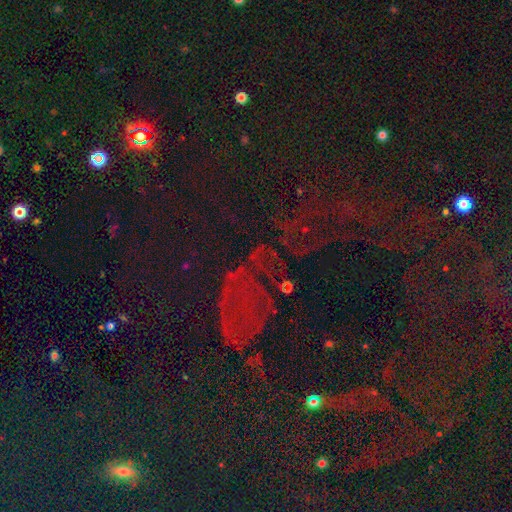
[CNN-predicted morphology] Smooth or featured?
  - star or artifact: 74% *
  - smooth: 14%
  - featured or disk: 12%